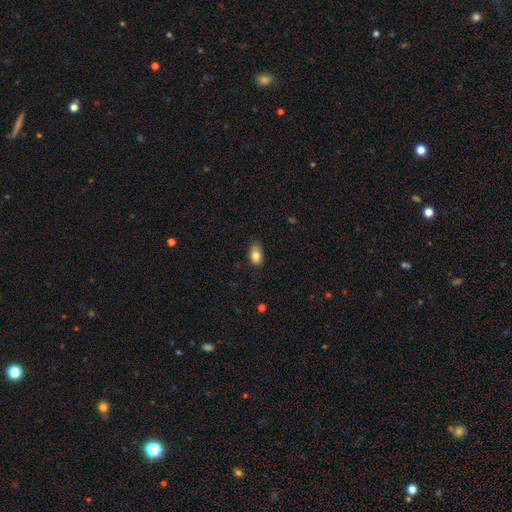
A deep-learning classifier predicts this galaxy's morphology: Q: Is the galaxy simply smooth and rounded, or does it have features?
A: smooth — 84%.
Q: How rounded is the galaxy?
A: in between — 88%.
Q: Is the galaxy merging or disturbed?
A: none — 76%.